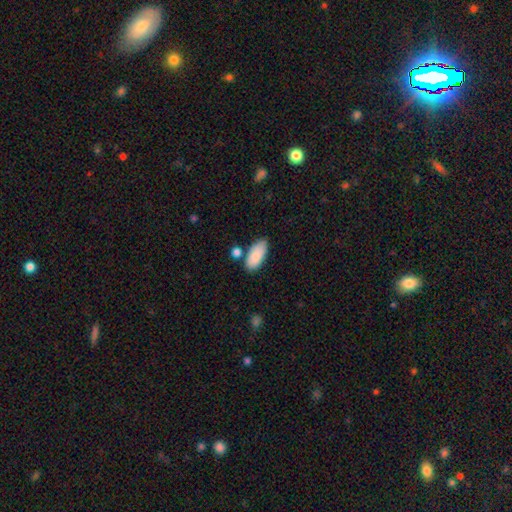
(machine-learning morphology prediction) Smooth or featured: smooth — 87% (featured or disk — 7%)
How rounded: in between — 92% (cigar-shaped — 6%)
Merging: none — 71% (minor disturbance — 16%)